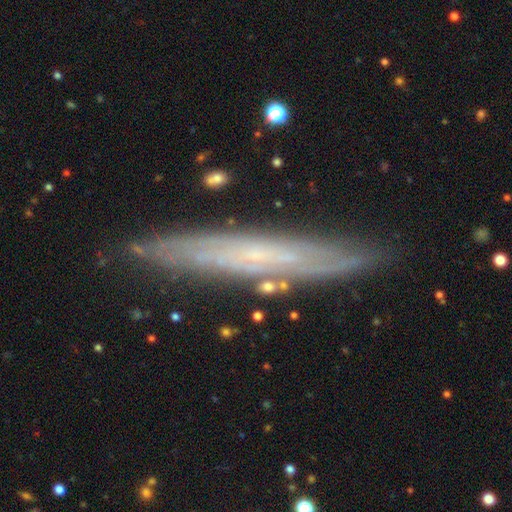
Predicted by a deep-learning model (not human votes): smooth-or-featured: featured or disk: 65% | smooth: 27% | star or artifact: 8%
  disk-edge-on: yes: 78% | no: 22%
    edge-on-bulge: none: 77% | rounded: 19% | boxy: 3%
  merging: none: 86% | minor disturbance: 11% | major disturbance: 2% | merger: 2%